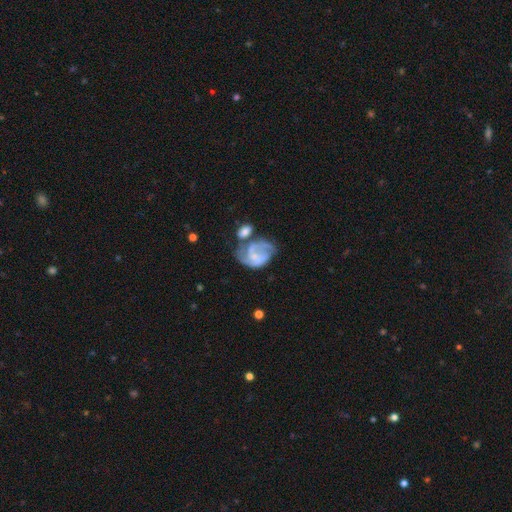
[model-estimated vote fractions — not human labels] This is likely a featured or disk galaxy (75%). It is clearly not viewed edge-on (98%). Bar: possibly no (57%). Spiral arm pattern: clearly yes (88%). Spiral arm count: likely 2 (61%). Spiral winding: possibly medium (46%). Central bulge: possibly small (49%). Merging: marginally none (34%).